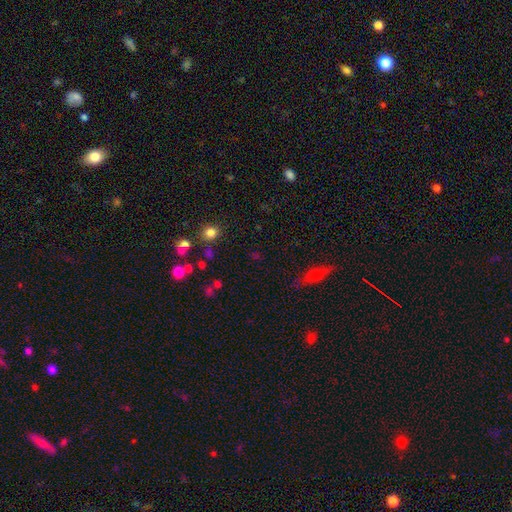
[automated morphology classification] This is possibly a smooth galaxy (55%). How rounded: likely round (65%). Merging: likely none (78%).